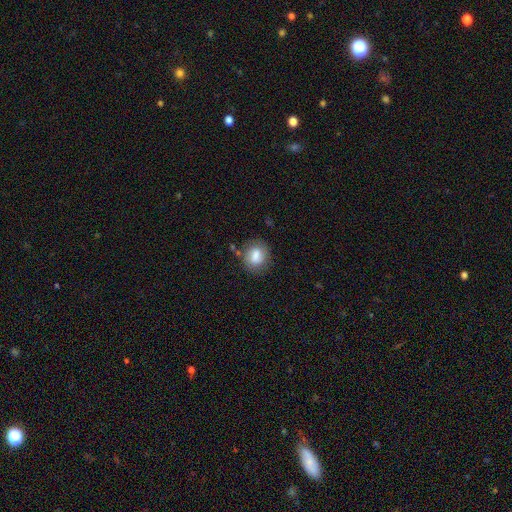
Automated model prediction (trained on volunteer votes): Smooth or featured: smooth — 76% (featured or disk — 16%)
How rounded: round — 53% (in between — 46%)
Merging: none — 74% (minor disturbance — 17%)